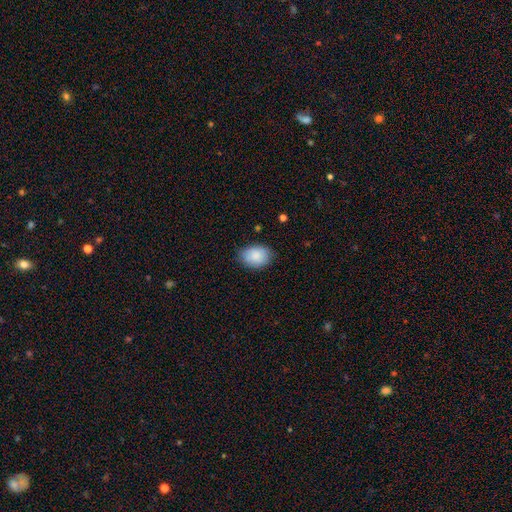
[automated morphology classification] The model was most divided on "how rounded": in between: 80%, round: 19%, cigar-shaped: 1%. More confident: smooth or featured — smooth (87%); merging — none (79%).